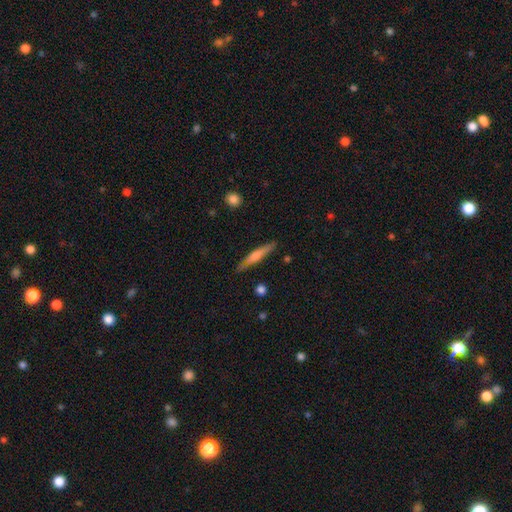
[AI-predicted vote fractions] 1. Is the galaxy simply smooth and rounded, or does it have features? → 54% smooth, 40% featured or disk, 6% star or artifact.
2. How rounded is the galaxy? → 91% cigar-shaped, 7% in between, 2% round.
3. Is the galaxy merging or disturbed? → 83% none, 13% minor disturbance, 3% major disturbance, 2% merger.